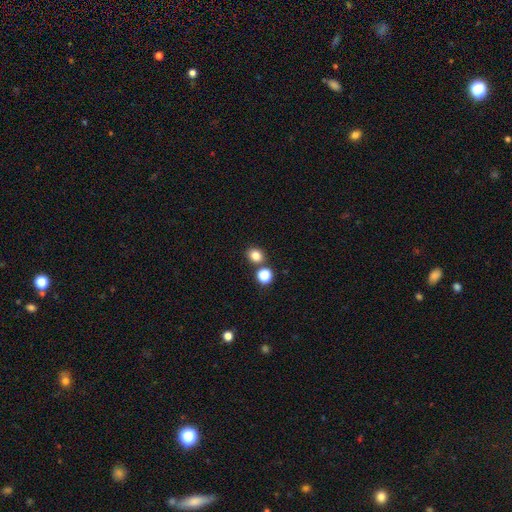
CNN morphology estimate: type=smooth (81%); roundness=round (73%); merging=none (75%).